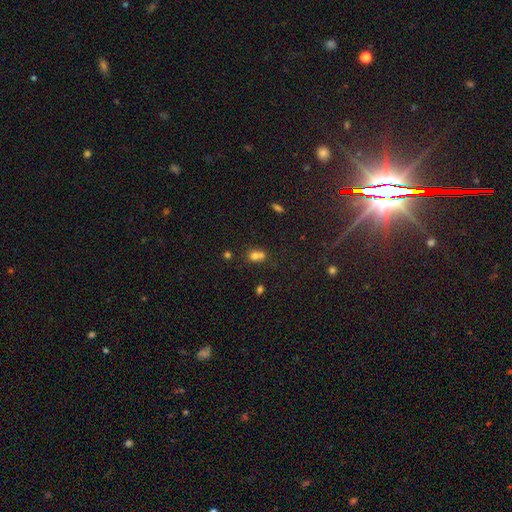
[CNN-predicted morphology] Smooth or featured? Predicted: smooth (p=0.70). How rounded? Predicted: round (p=0.66). Merging? Predicted: merger (p=0.58).